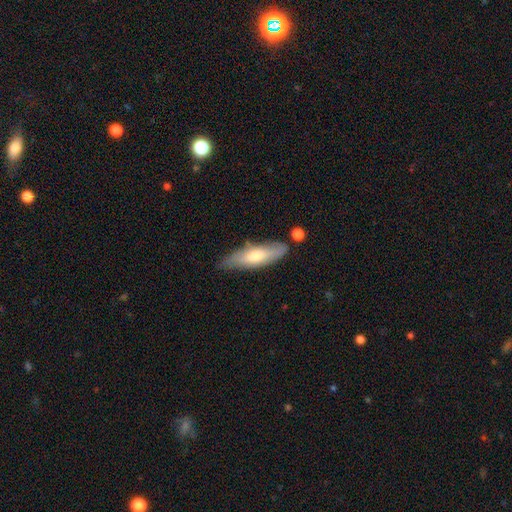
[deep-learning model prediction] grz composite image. It shows a smooth galaxy with no disk features (61%) that is cigar-shaped (55%). Merging: none (69%).